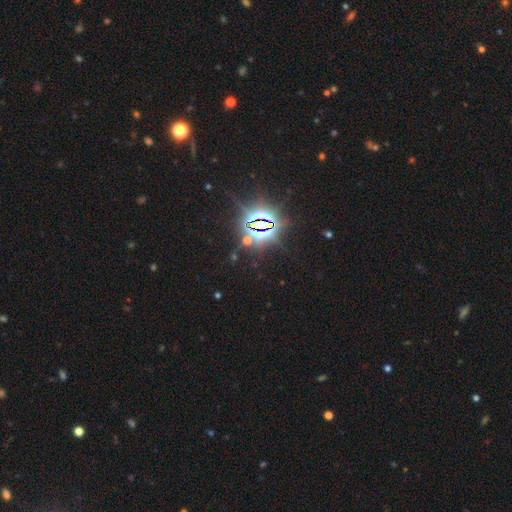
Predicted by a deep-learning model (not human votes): Morphology: type=star or artifact (85%).